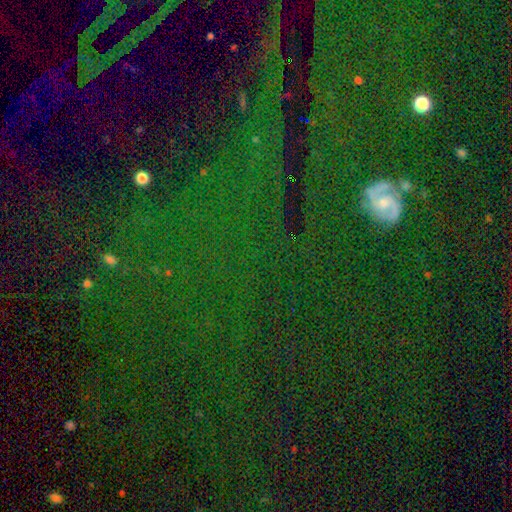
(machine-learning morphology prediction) star or artifact 76%, smooth 15%, featured or disk 10%.